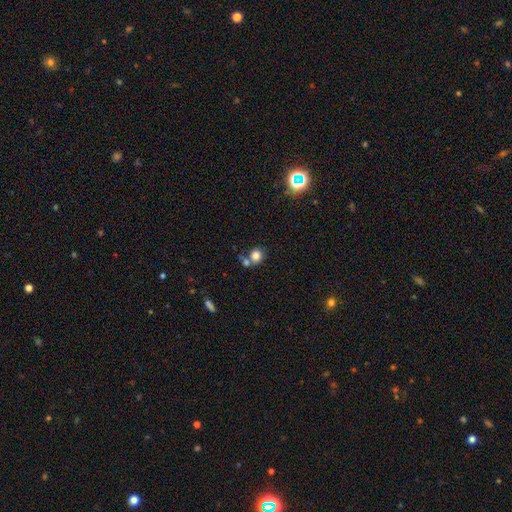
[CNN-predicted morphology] smooth 79%, star or artifact 12%, featured or disk 9%. Down the decision tree: how rounded — round (78%); merging — none (48%).